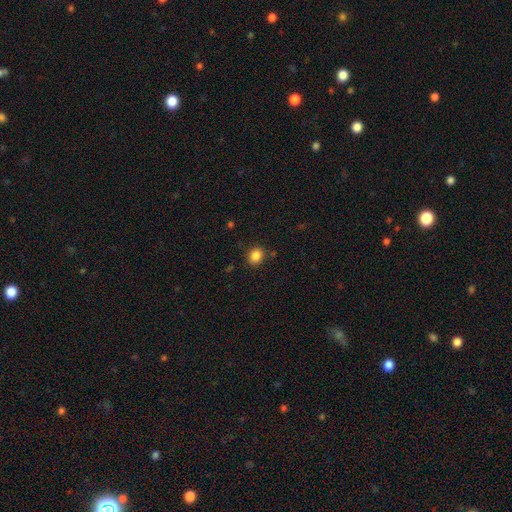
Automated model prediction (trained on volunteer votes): Smooth or featured?
  - smooth: 85% *
  - star or artifact: 11%
  - featured or disk: 4%
How rounded?
  - round: 66% *
  - in between: 33%
  - cigar-shaped: 1%
Merging?
  - none: 85% *
  - minor disturbance: 10%
  - major disturbance: 3%
  - merger: 3%